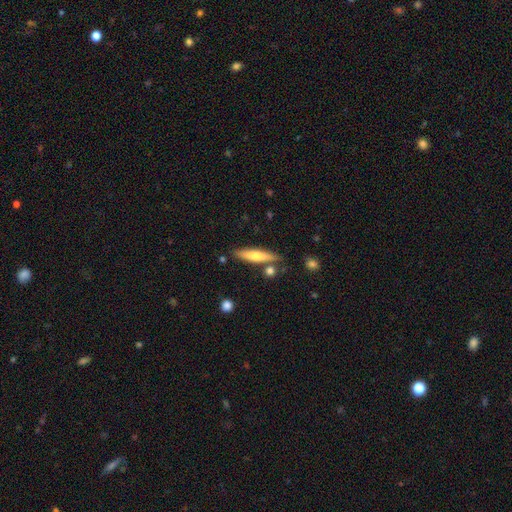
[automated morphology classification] The model was most divided on "smooth or featured": smooth: 56%, featured or disk: 38%, star or artifact: 6%. More confident: how rounded — cigar-shaped (82%); merging — none (80%).